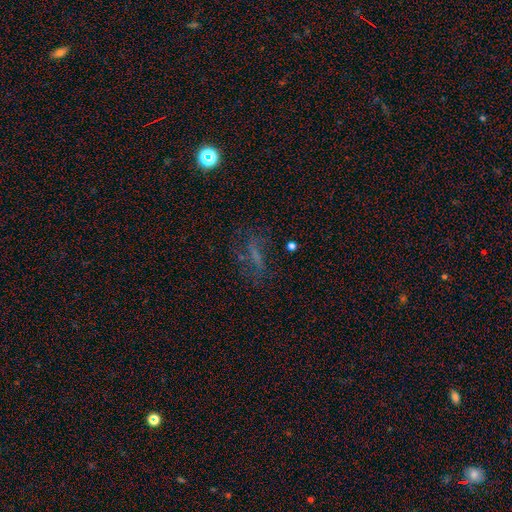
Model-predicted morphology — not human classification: Q: Smooth or featured?
A: featured or disk (39%); runner-up: smooth (33%)
Q: Merging?
A: none (56%); runner-up: major disturbance (21%)